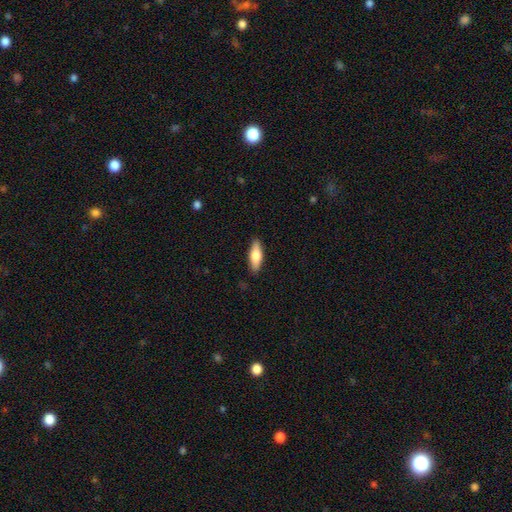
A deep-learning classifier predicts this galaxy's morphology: A smooth galaxy with no disk features (70%) that is in between round and cigar-shaped (58%).

Vote fractions:
- Smooth or featured? smooth: 70% / featured or disk: 24% / star or artifact: 6%
- How rounded? in between: 58% / cigar-shaped: 40% / round: 2%
- Merging? none: 88% / minor disturbance: 9% / major disturbance: 2% / merger: 1%